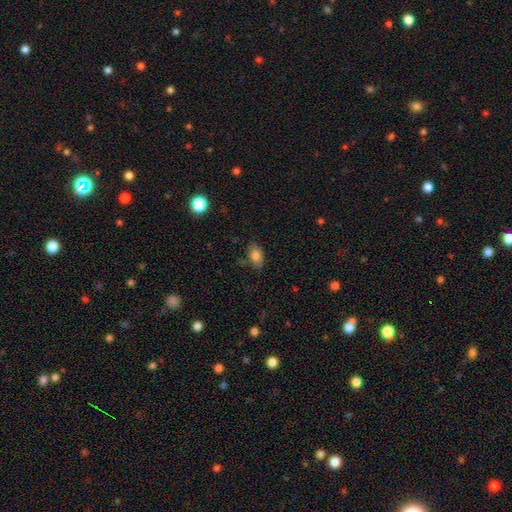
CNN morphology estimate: This is clearly a smooth galaxy (81%). How rounded: clearly in between (87%). Merging: likely none (78%).